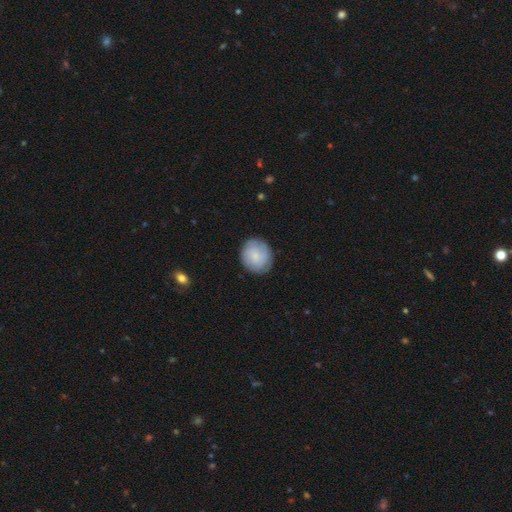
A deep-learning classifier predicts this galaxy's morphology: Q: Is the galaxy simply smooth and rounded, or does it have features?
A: smooth — 76%.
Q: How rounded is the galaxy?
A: round — 77%.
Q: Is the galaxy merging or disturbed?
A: none — 82%.